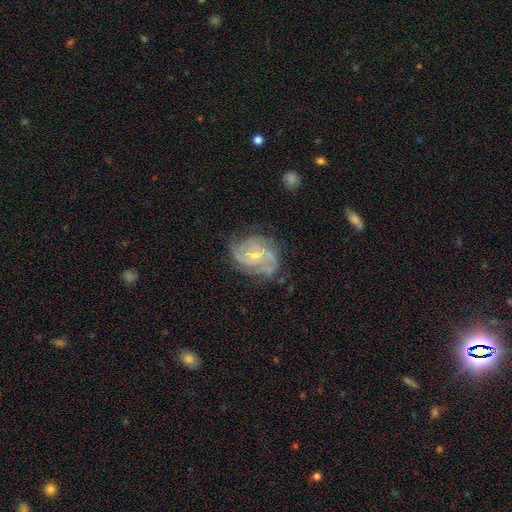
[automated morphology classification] smooth_or_featured: featured or disk (p=0.84) [alt: smooth p=0.09]
disk_edge_on: no (p=0.97) [alt: yes p=0.03]
bar: no (p=0.51) [alt: weak p=0.41]
has_spiral_arms: yes (p=0.95) [alt: no p=0.05]
spiral_winding: tight (p=0.46) [alt: medium p=0.42]
spiral_arm_count: 3 (p=0.30) [alt: 2 p=0.27]
bulge_size: small (p=0.60) [alt: moderate p=0.35]
merging: none (p=0.67) [alt: minor disturbance p=0.22]